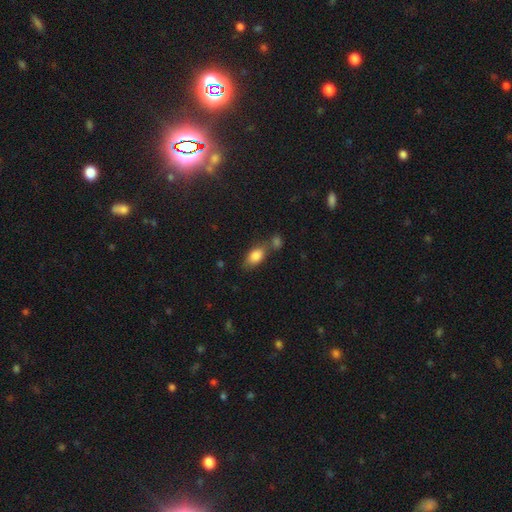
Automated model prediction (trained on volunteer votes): This appears to be a smooth galaxy with no disk features (84%) that is in between round and cigar-shaped (88%). Merging: none (50%).